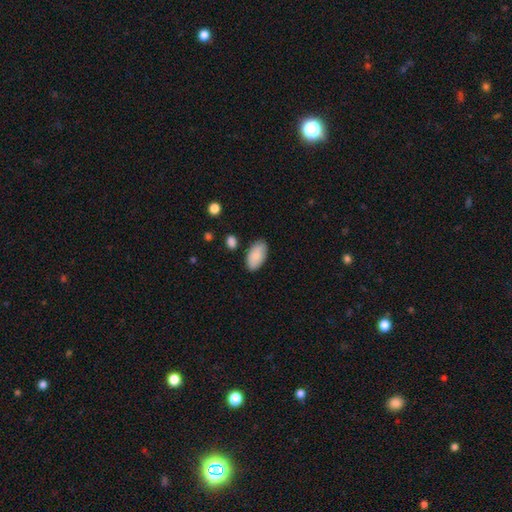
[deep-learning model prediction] Morphology: type=smooth (86%); roundness=in between (95%); merging=none (82%).